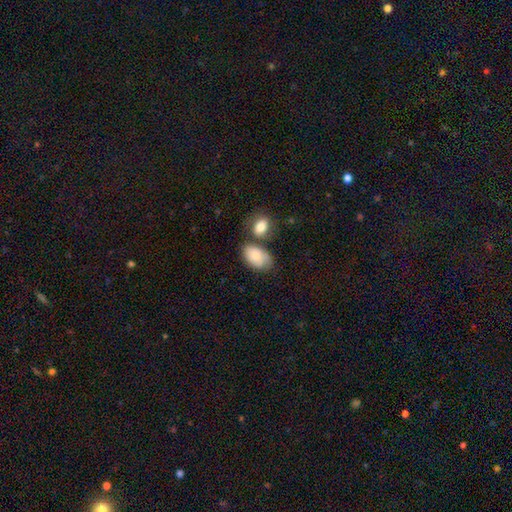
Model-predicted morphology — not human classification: This is likely a smooth galaxy (79%). How rounded: clearly in between (91%). Merging: possibly none (46%).